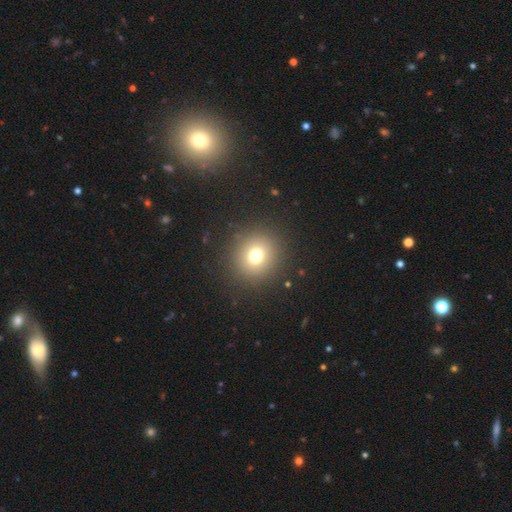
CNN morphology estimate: A smooth galaxy with no disk features (73%) that is round (91%).

Vote fractions:
- Smooth or featured? smooth: 73% / star or artifact: 17% / featured or disk: 10%
- How rounded? round: 91% / in between: 8% / cigar-shaped: 1%
- Merging? none: 90% / minor disturbance: 6% / major disturbance: 4% / merger: 1%